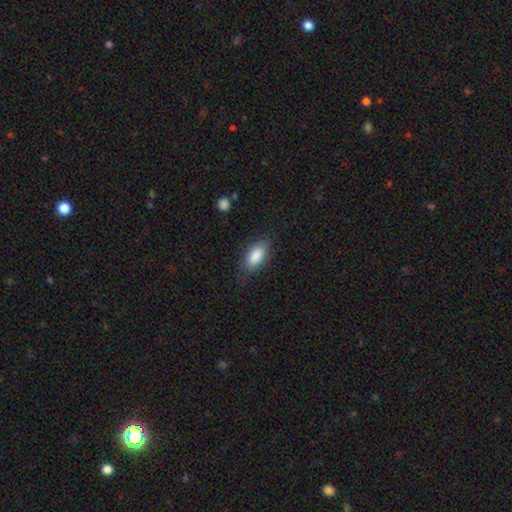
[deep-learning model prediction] Smooth or featured: smooth — 86% (featured or disk — 7%)
How rounded: in between — 88% (cigar-shaped — 9%)
Merging: none — 77% (minor disturbance — 17%)